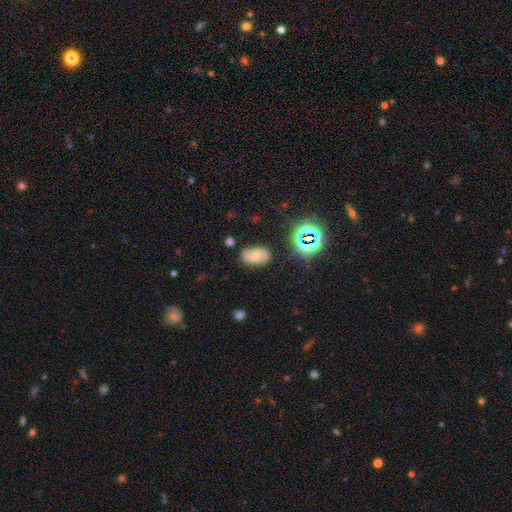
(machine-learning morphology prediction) type=featured or disk (43%); merging=none (76%).